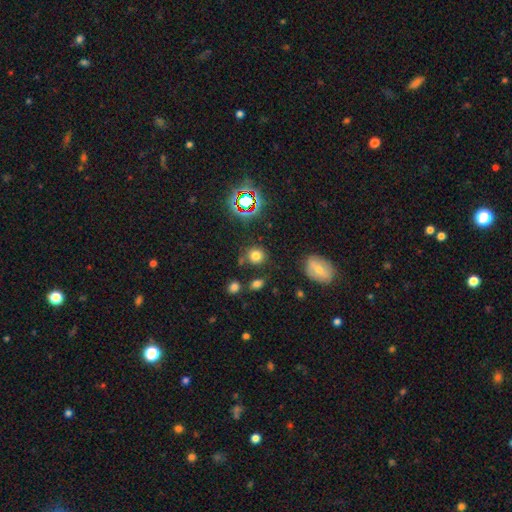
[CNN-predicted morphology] Smooth or featured? smooth (74%)
How rounded? round (84%)
Merging? none (80%)